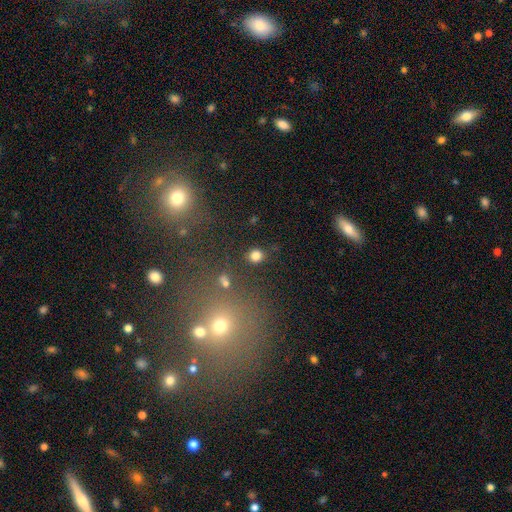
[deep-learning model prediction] Smooth or featured: smooth — 82% (star or artifact — 14%)
How rounded: round — 85% (in between — 14%)
Merging: none — 86% (minor disturbance — 7%)